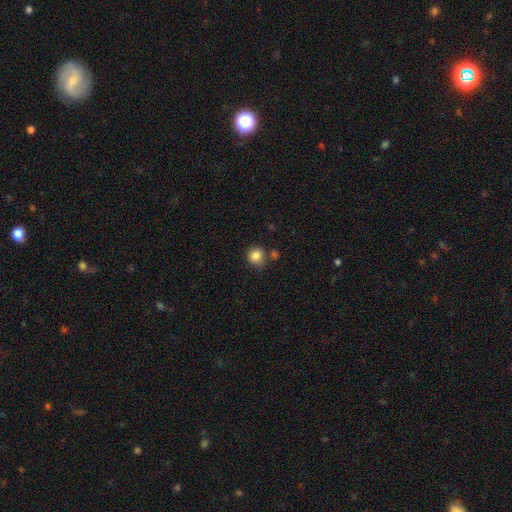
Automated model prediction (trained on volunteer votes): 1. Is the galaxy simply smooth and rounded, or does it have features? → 86% smooth, 10% star or artifact, 5% featured or disk.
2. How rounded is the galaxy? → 91% round, 8% in between, 1% cigar-shaped.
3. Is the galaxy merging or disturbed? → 72% none, 12% minor disturbance, 12% merger, 4% major disturbance.